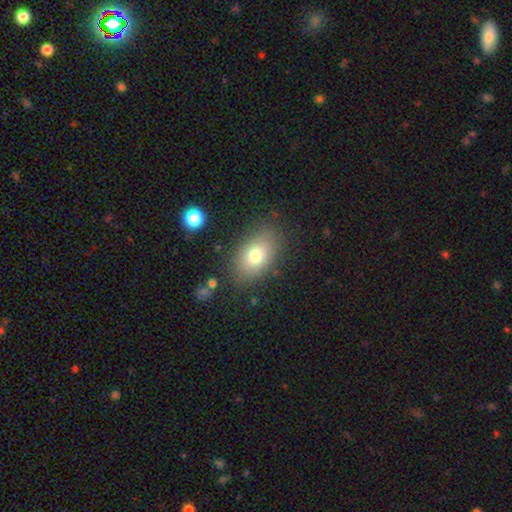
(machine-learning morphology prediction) Smooth or featured: smooth — 76% (featured or disk — 14%)
How rounded: in between — 87% (round — 11%)
Merging: none — 83% (minor disturbance — 12%)